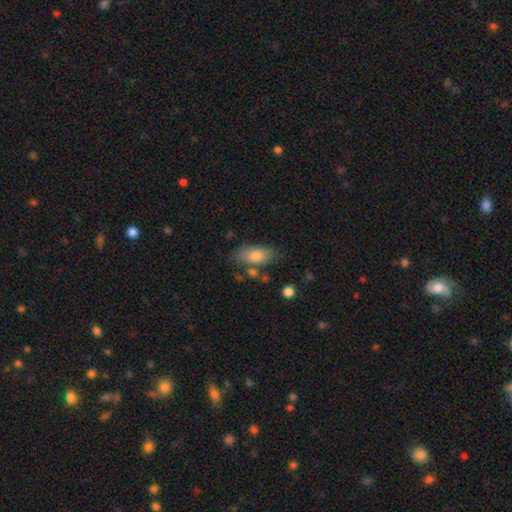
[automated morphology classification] Smooth or featured? smooth (80%)
How rounded? in between (86%)
Merging? none (69%)